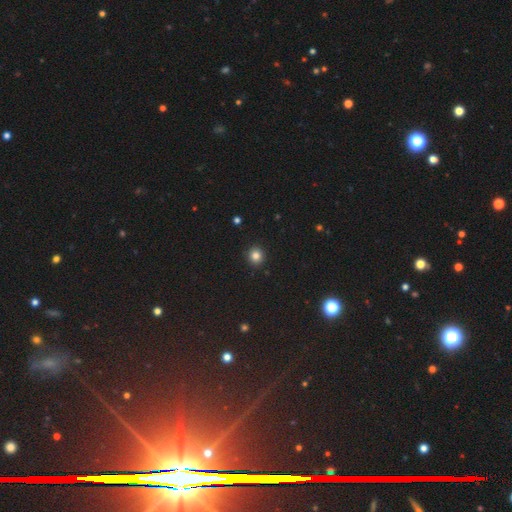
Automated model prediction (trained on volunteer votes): A smooth galaxy with no disk features (83%) that is round (90%). Merging: none (92%).